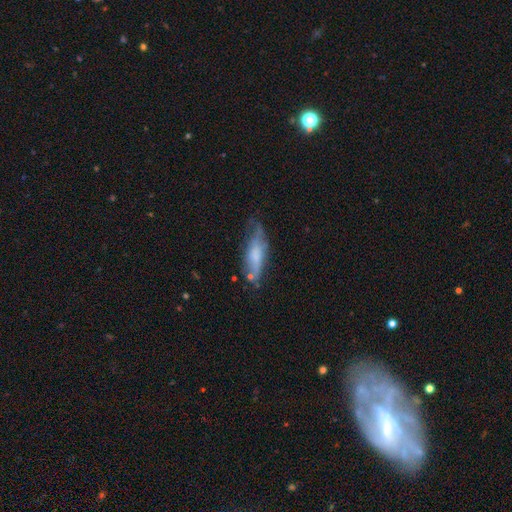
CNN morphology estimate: smooth-or-featured: smooth: 50% | featured or disk: 42% | star or artifact: 8%
  merging: none: 51% | minor disturbance: 31% | major disturbance: 13% | merger: 5%